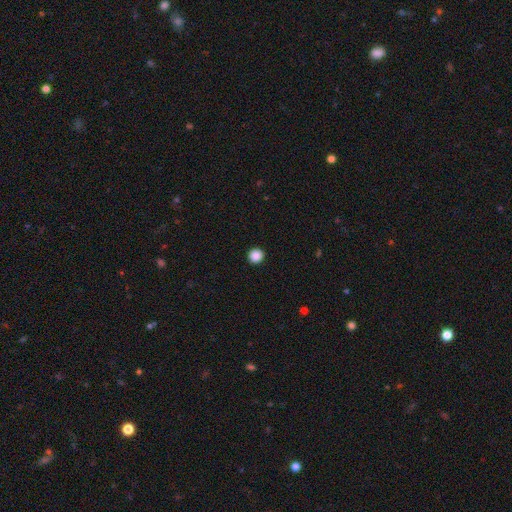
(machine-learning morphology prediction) Overall: smooth (88%). How rounded: round (95%). Merging: none (94%).